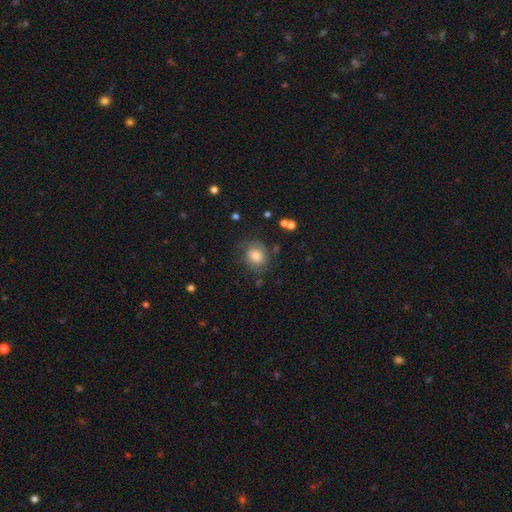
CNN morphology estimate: Smooth or featured: smooth — 72% (featured or disk — 18%)
How rounded: round — 71% (in between — 29%)
Merging: none — 73% (minor disturbance — 17%)